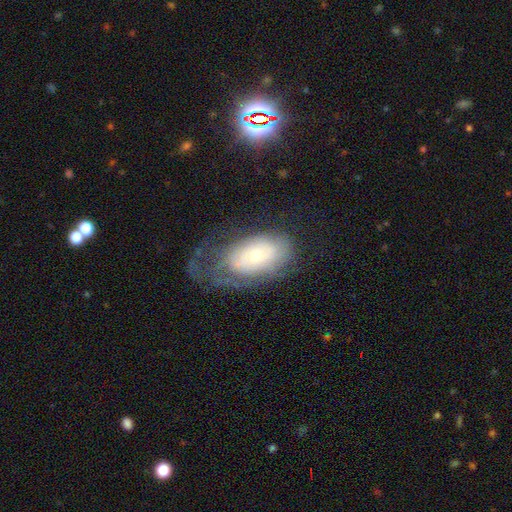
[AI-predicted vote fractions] Smooth or featured? Predicted: featured or disk (p=0.49). Merging? Predicted: none (p=0.37).